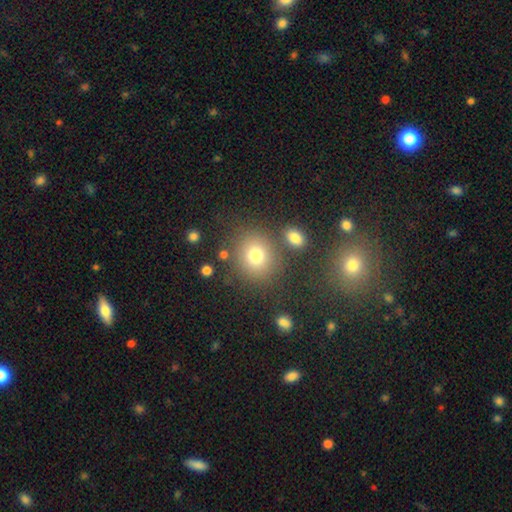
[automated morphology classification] Smooth or featured: smooth — 75% (star or artifact — 14%)
How rounded: round — 77% (in between — 22%)
Merging: none — 76% (minor disturbance — 10%)